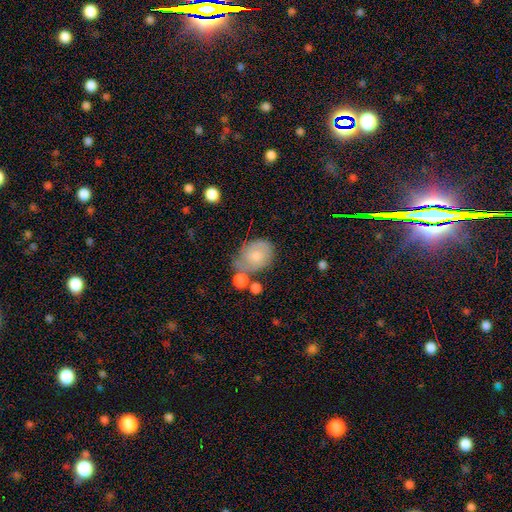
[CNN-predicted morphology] Smooth or featured? Predicted: smooth (p=0.59). How rounded? Predicted: in between (p=0.51). Merging? Predicted: none (p=0.45).